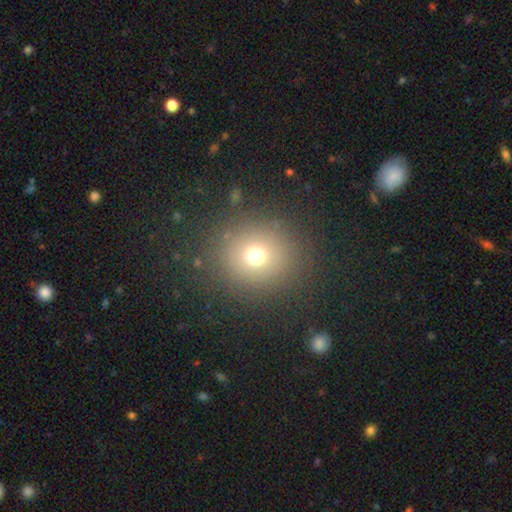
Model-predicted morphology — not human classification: Smooth or featured? smooth (69%)
How rounded? round (88%)
Merging? none (85%)